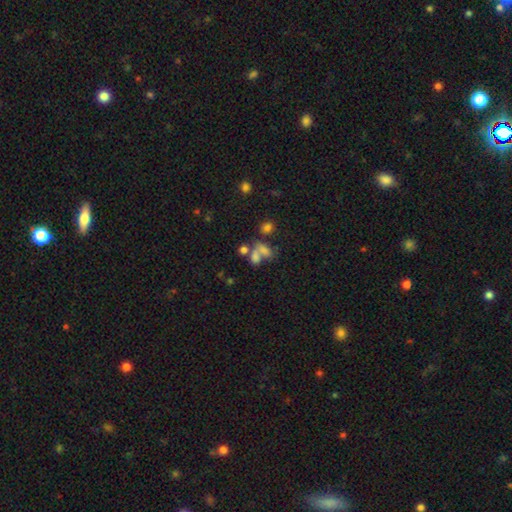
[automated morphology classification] A smooth galaxy with no disk features (63%) that is in between round and cigar-shaped (74%). Merging: merger (50%).